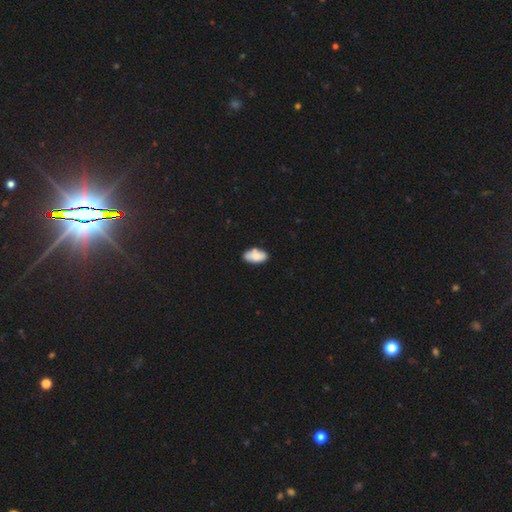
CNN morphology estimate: Smooth or featured? smooth (83%)
How rounded? in between (93%)
Merging? none (76%)